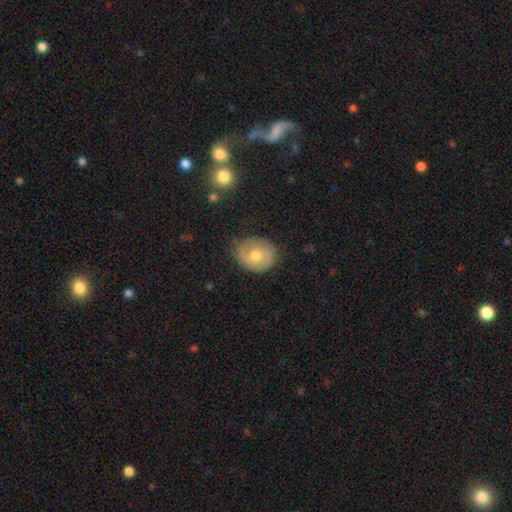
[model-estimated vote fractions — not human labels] smooth 50%, featured or disk 43%, star or artifact 7%. Down the decision tree: merging — none (81%).